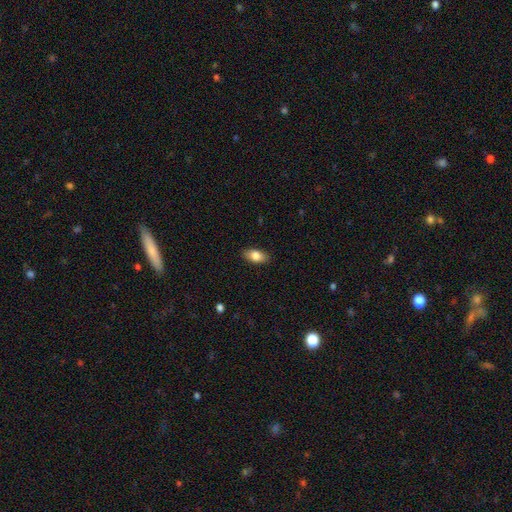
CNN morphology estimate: Smooth or featured?
  - smooth: 82% *
  - featured or disk: 11%
  - star or artifact: 7%
How rounded?
  - in between: 90% *
  - round: 5%
  - cigar-shaped: 5%
Merging?
  - none: 88% *
  - minor disturbance: 9%
  - major disturbance: 2%
  - merger: 1%